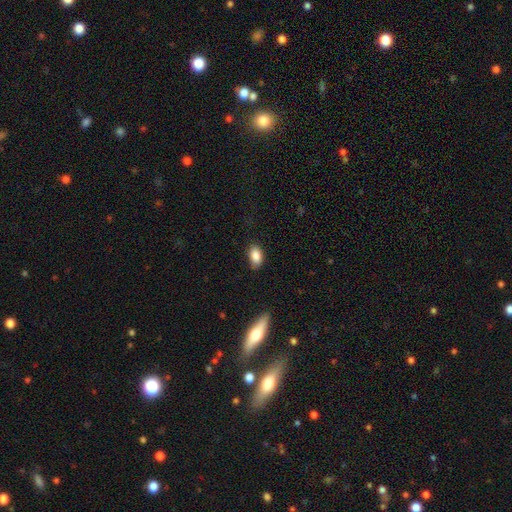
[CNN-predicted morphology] A smooth galaxy with no disk features (86%) that is in between round and cigar-shaped (89%). Merging: none (77%).